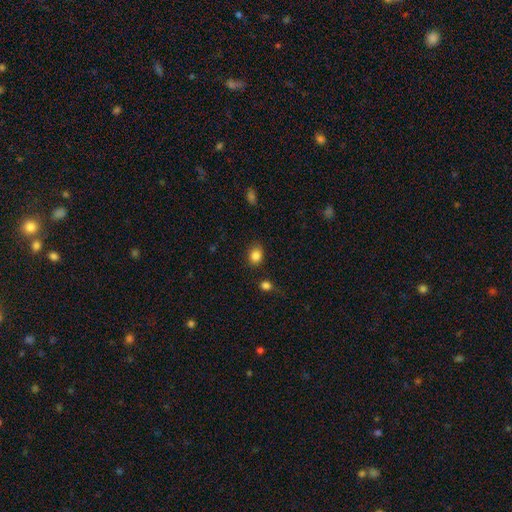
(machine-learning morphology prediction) Smooth or featured? Predicted: smooth (p=0.85). How rounded? Predicted: round (p=0.51). Merging? Predicted: none (p=0.79).